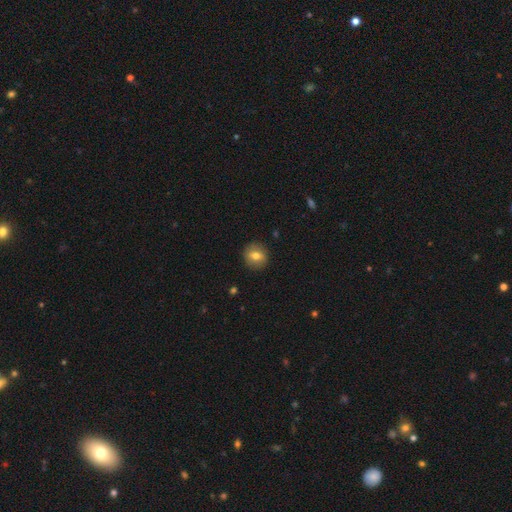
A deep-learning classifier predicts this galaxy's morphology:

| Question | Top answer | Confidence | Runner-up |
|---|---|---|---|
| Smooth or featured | smooth | 74% | featured or disk (17%) |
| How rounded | round | 87% | in between (12%) |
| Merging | none | 90% | minor disturbance (7%) |